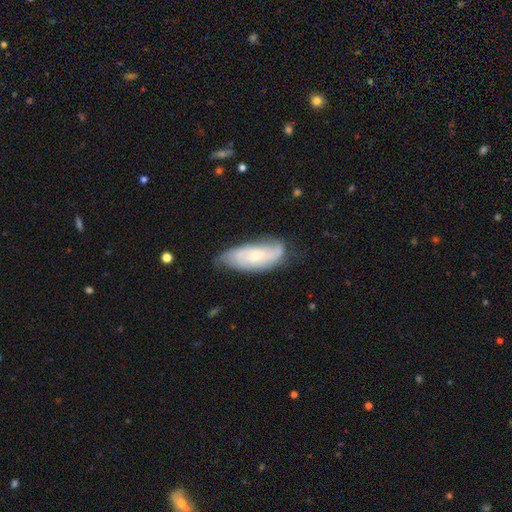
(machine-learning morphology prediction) smooth-or-featured: featured or disk: 61% | smooth: 32% | star or artifact: 7%
  disk-edge-on: no: 89% | yes: 11%
    bar: no: 68% | weak: 27% | strong: 5%
    has-spiral-arms: yes: 87% | no: 13%
    bulge-size: small: 65% | moderate: 29% | none: 3% | large: 2% | dominant: 1%
  merging: none: 63% | minor disturbance: 28% | major disturbance: 7% | merger: 2%